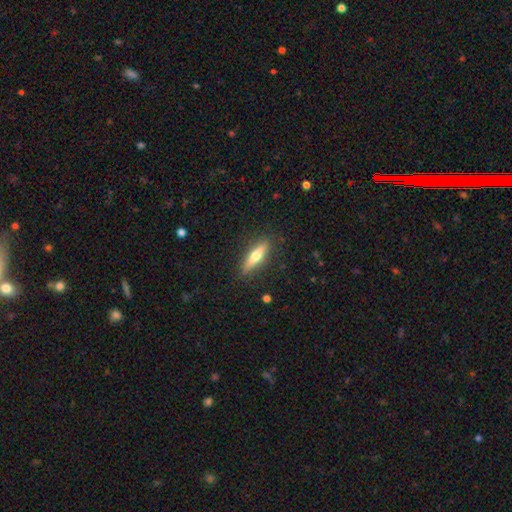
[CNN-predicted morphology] A smooth galaxy with no disk features (51%) that is cigar-shaped (73%).

Vote fractions:
- Smooth or featured? smooth: 51% / featured or disk: 43% / star or artifact: 6%
- How rounded? cigar-shaped: 73% / in between: 24% / round: 2%
- Merging? none: 88% / minor disturbance: 9% / major disturbance: 2% / merger: 1%